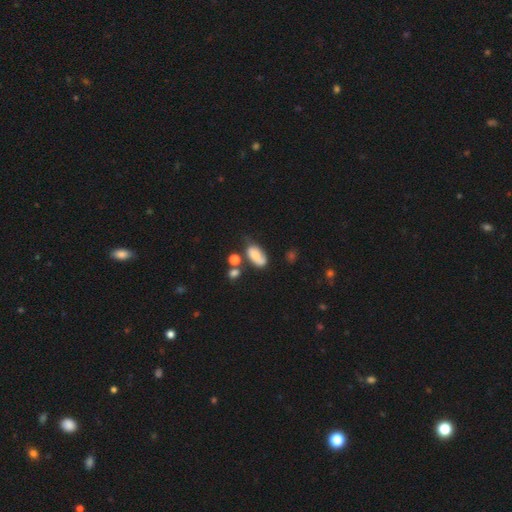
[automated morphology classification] Smooth or featured? Predicted: smooth (p=0.67). How rounded? Predicted: in between (p=0.90). Merging? Predicted: none (p=0.39).